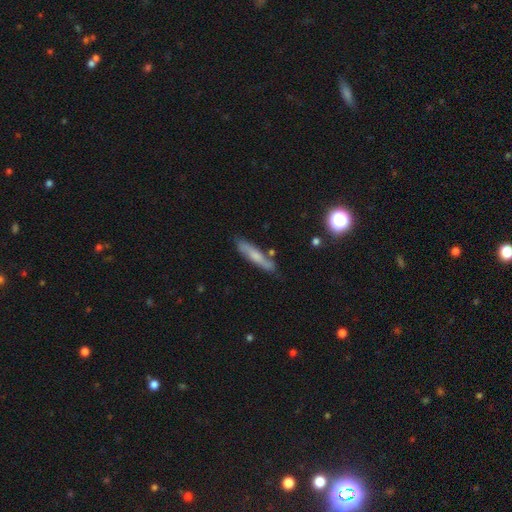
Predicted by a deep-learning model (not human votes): smooth-or-featured: smooth: 53% | featured or disk: 39% | star or artifact: 8%
  how-rounded: cigar-shaped: 86% | in between: 11% | round: 3%
  merging: none: 76% | minor disturbance: 16% | merger: 4% | major disturbance: 3%